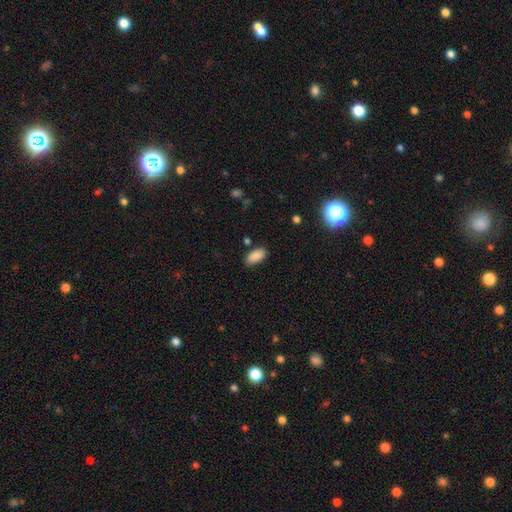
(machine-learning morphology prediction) Smooth or featured? Predicted: smooth (p=0.88). How rounded? Predicted: in between (p=0.92). Merging? Predicted: none (p=0.84).